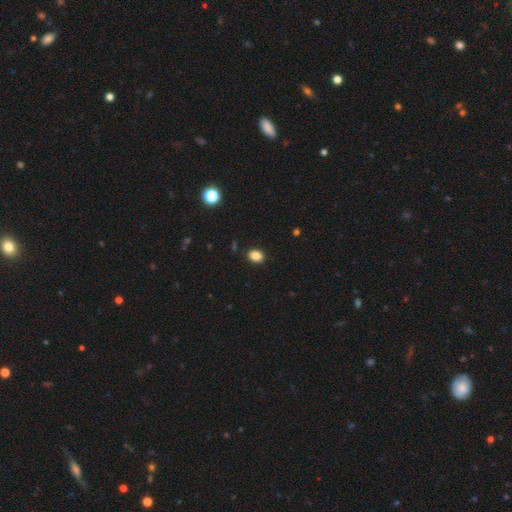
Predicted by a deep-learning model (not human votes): Q: Smooth or featured?
A: smooth (86%); runner-up: star or artifact (10%)
Q: How rounded?
A: in between (64%); runner-up: round (35%)
Q: Merging?
A: none (89%); runner-up: minor disturbance (8%)